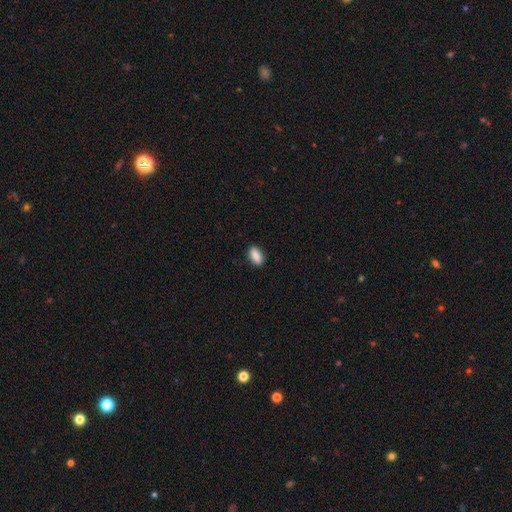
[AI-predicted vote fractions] Smooth or featured? smooth (89%)
How rounded? in between (87%)
Merging? none (89%)